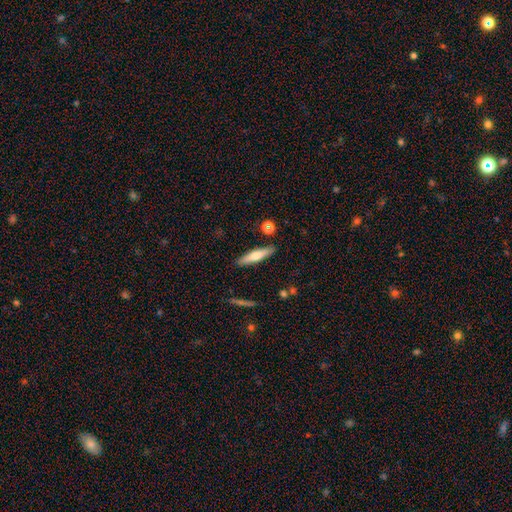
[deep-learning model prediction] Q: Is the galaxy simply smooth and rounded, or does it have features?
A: smooth — 56%.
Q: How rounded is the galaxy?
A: cigar-shaped — 81%.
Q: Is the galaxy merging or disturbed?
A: none — 88%.